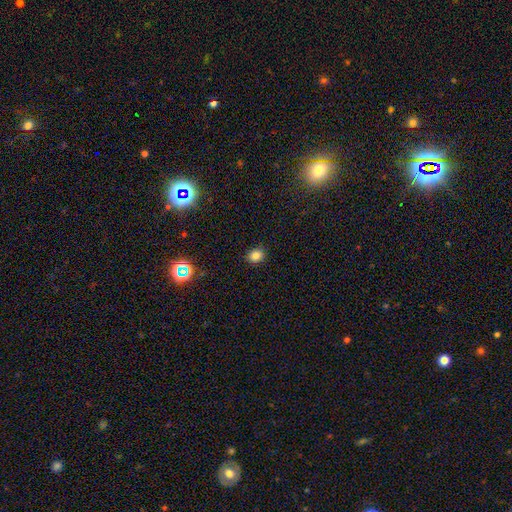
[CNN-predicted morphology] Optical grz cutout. It shows a smooth galaxy with no disk features (82%) that is round (68%). Merging: none (88%).